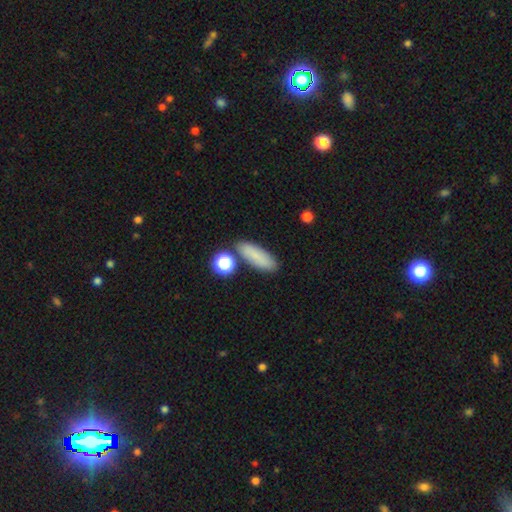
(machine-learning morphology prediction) Q: Smooth or featured?
A: smooth (82%); runner-up: star or artifact (9%)
Q: How rounded?
A: in between (54%); runner-up: cigar-shaped (41%)
Q: Merging?
A: none (77%); runner-up: minor disturbance (11%)